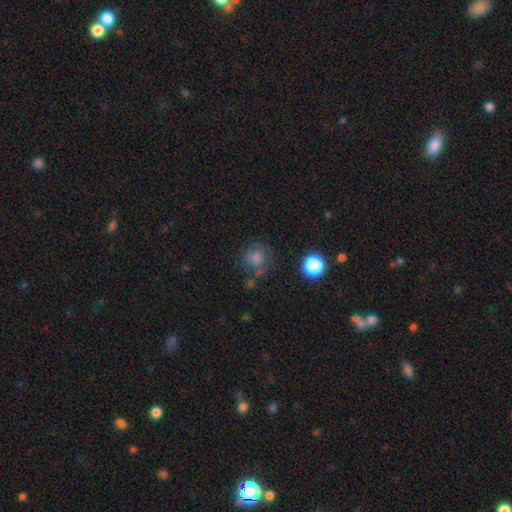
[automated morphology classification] type=smooth (67%); roundness=round (88%); merging=none (70%).